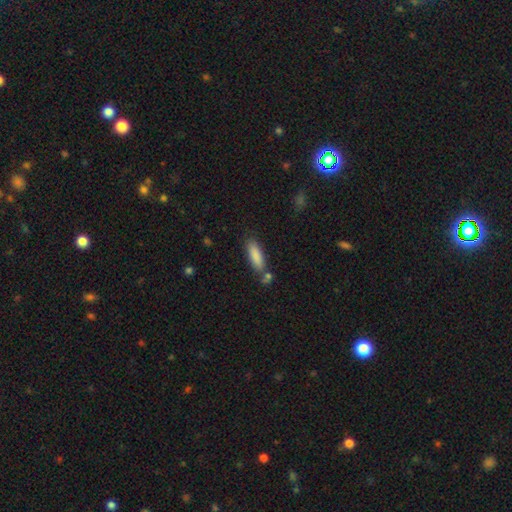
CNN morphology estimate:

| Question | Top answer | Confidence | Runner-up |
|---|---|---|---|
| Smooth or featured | smooth | 86% | featured or disk (7%) |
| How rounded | in between | 53% | cigar-shaped (45%) |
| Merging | none | 71% | minor disturbance (14%) |